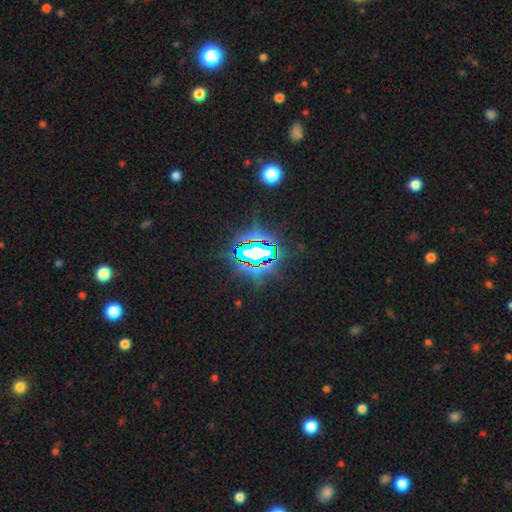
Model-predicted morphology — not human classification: smooth_or_featured: star or artifact (p=0.75) [alt: featured or disk p=0.13]